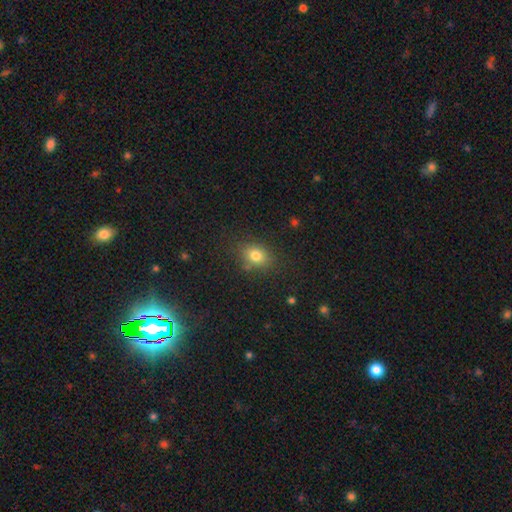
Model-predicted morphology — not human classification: A smooth galaxy with no disk features (78%) that is in between round and cigar-shaped (56%). Merging: none (79%).